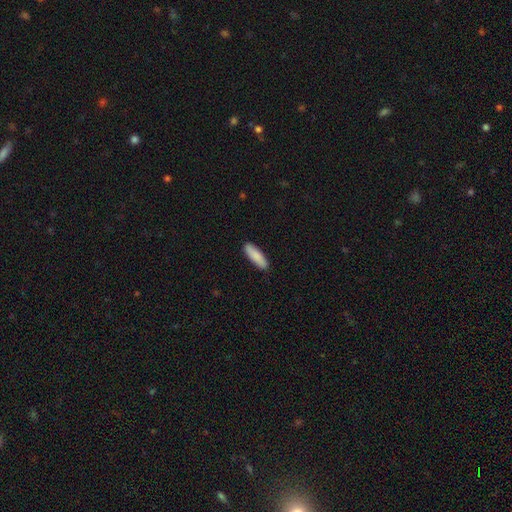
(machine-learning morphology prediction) Smooth or featured? Predicted: smooth (p=0.88). How rounded? Predicted: cigar-shaped (p=0.59). Merging? Predicted: none (p=0.90).